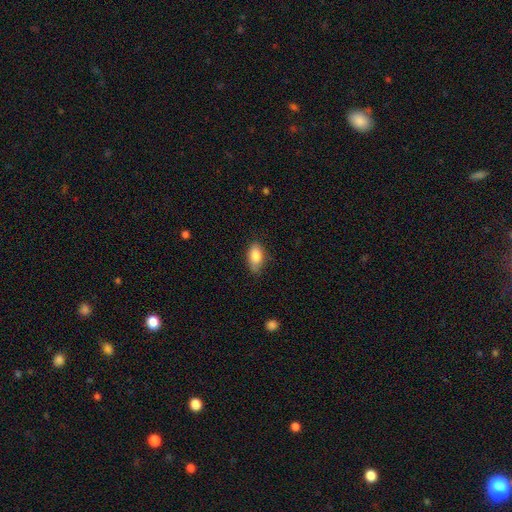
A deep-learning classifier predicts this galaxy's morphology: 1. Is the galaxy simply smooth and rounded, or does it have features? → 85% smooth, 8% featured or disk, 7% star or artifact.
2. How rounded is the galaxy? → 91% in between, 5% round, 4% cigar-shaped.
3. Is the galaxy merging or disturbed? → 71% none, 24% minor disturbance, 4% major disturbance, 1% merger.